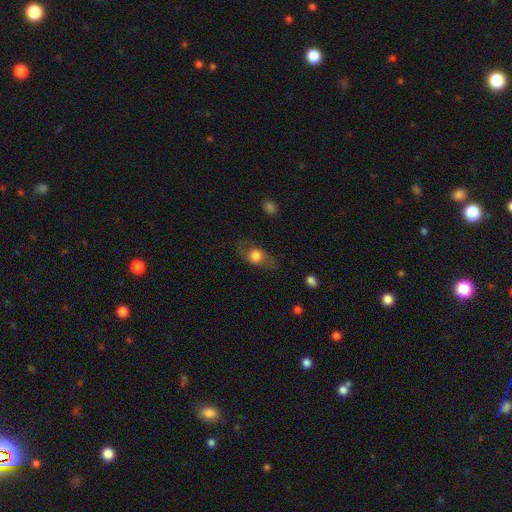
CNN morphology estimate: Smooth or featured? smooth (59%)
How rounded? in between (65%)
Merging? none (72%)